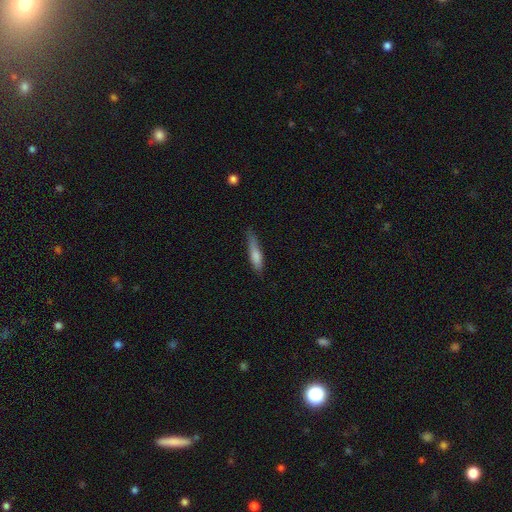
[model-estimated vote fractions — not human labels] Smooth or featured: smooth — 66% (featured or disk — 27%)
How rounded: cigar-shaped — 85% (in between — 13%)
Merging: none — 66% (minor disturbance — 26%)